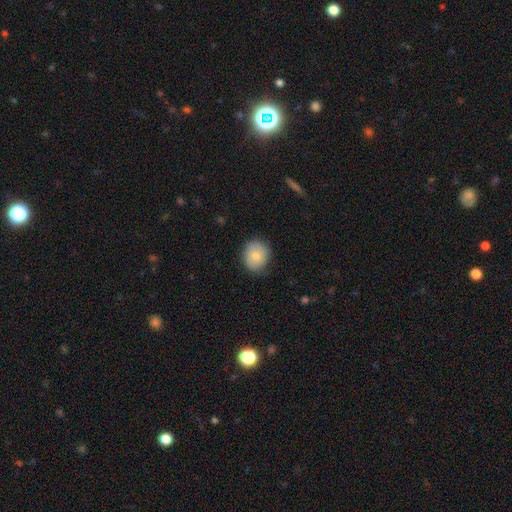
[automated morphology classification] smooth 81%, featured or disk 12%, star or artifact 7%. Down the decision tree: how rounded — round (75%); merging — none (80%).